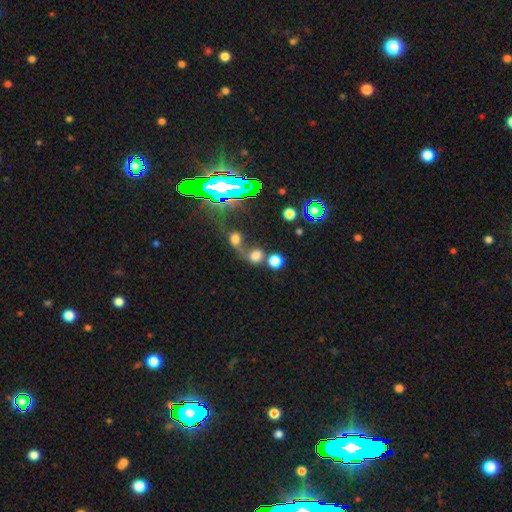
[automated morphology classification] Smooth or featured? Predicted: smooth (p=0.68). How rounded? Predicted: round (p=0.73). Merging? Predicted: merger (p=0.51).